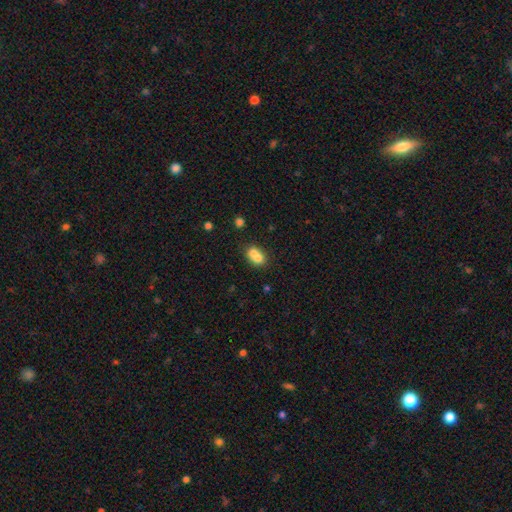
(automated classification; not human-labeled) Smooth or featured? Predicted: smooth (p=0.71). How rounded? Predicted: in between (p=0.51). Merging? Predicted: merger (p=0.65).